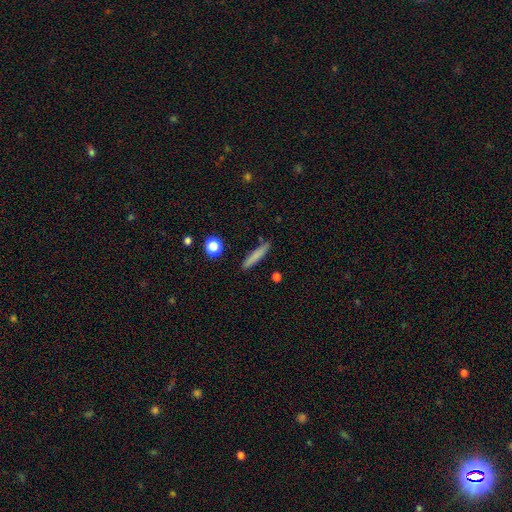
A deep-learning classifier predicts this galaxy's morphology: Smooth or featured: smooth — 77% (featured or disk — 16%)
How rounded: cigar-shaped — 91% (in between — 7%)
Merging: none — 86% (minor disturbance — 9%)